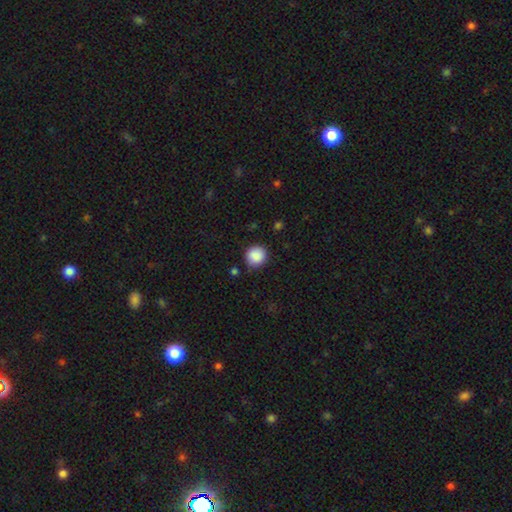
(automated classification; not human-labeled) This appears to be a smooth galaxy with no disk features (89%) that is round (92%). Merging: none (86%).